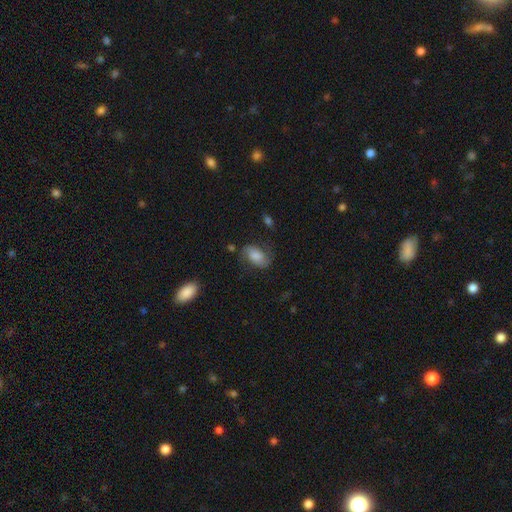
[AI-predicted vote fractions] A smooth galaxy with no disk features (55%) that is in between round and cigar-shaped (88%).

Vote fractions:
- Smooth or featured? smooth: 55% / featured or disk: 36% / star or artifact: 9%
- How rounded? in between: 88% / round: 10% / cigar-shaped: 2%
- Merging? none: 63% / minor disturbance: 24% / major disturbance: 10% / merger: 3%